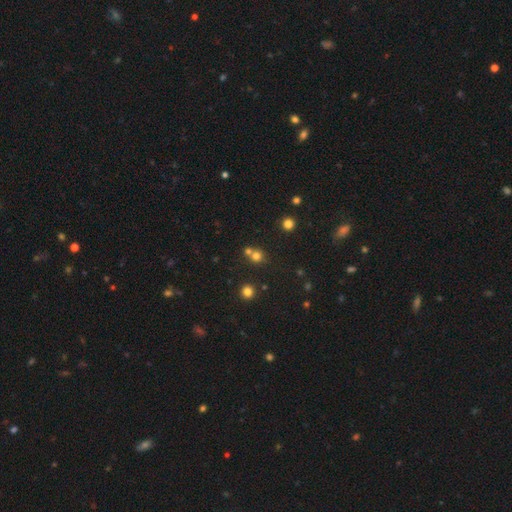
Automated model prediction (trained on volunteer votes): Smooth or featured? Predicted: smooth (p=0.72). How rounded? Predicted: round (p=0.86). Merging? Predicted: none (p=0.54).